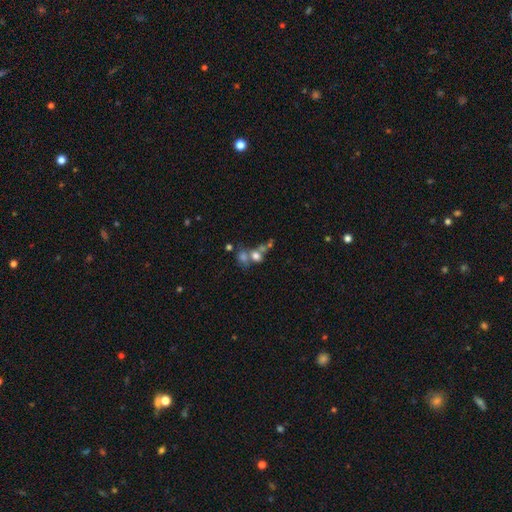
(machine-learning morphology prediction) Smooth or featured? Predicted: smooth (p=0.64). How rounded? Predicted: round (p=0.54). Merging? Predicted: merger (p=0.54).